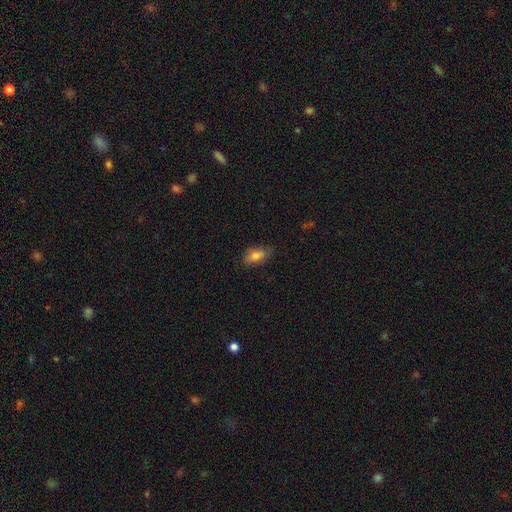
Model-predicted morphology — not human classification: Overall: smooth (77%). How rounded: in between (85%). Merging: none (77%).